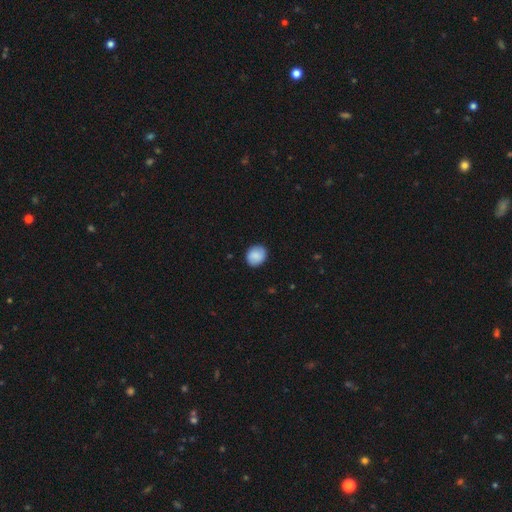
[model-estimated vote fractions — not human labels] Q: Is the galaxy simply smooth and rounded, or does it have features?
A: smooth — 85%.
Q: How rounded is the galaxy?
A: round — 68%.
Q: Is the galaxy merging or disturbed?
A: none — 87%.